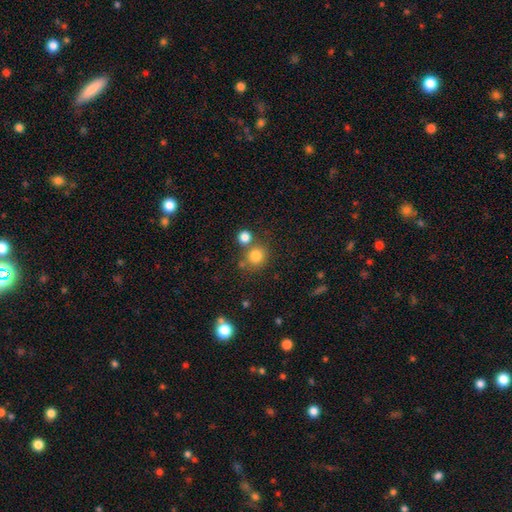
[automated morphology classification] The model was most divided on "merging": none: 67%, merger: 20%, minor disturbance: 10%, major disturbance: 4%. More confident: how rounded — round (85%); smooth or featured — smooth (81%).